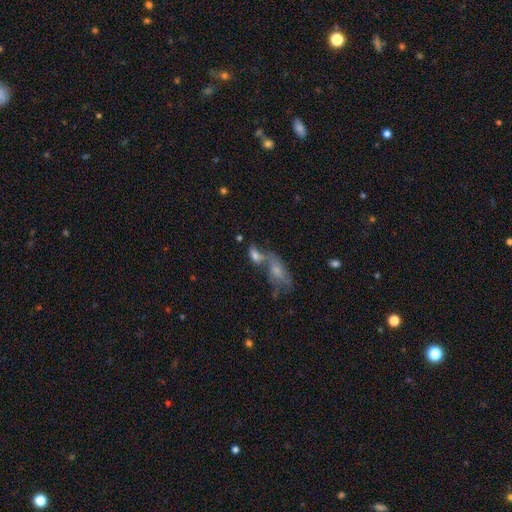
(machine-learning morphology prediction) A smooth galaxy with no disk features (66%) that is in between round and cigar-shaped (81%).

Vote fractions:
- Smooth or featured? smooth: 66% / featured or disk: 22% / star or artifact: 12%
- How rounded? in between: 81% / cigar-shaped: 11% / round: 8%
- Merging? merger: 58% / none: 25% / minor disturbance: 10% / major disturbance: 7%